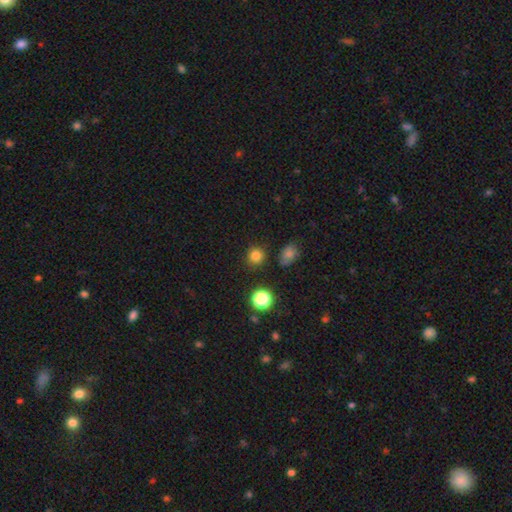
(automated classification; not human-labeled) Overall: smooth (79%). How rounded: round (89%). Merging: none (86%).